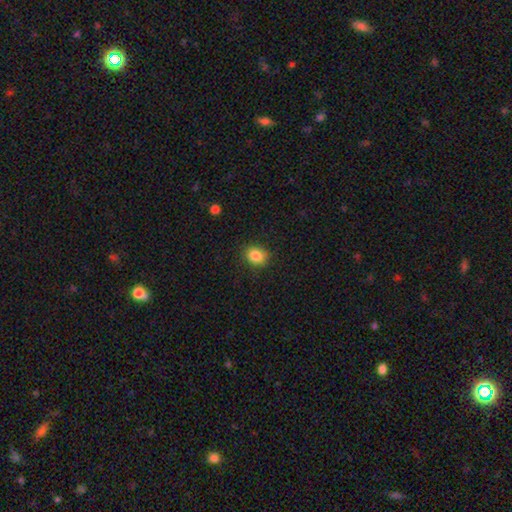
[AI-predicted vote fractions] Smooth or featured? Predicted: smooth (p=0.85). How rounded? Predicted: round (p=0.61). Merging? Predicted: none (p=0.86).